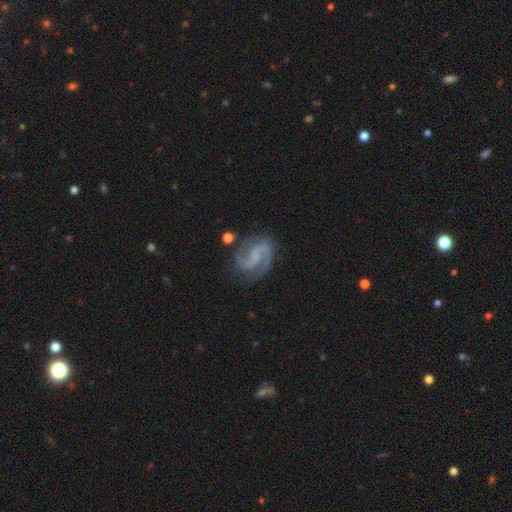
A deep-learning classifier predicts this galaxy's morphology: Q: Smooth or featured?
A: featured or disk (89%); runner-up: smooth (5%)
Q: Edge-on disk?
A: no (98%); runner-up: yes (2%)
Q: Bar?
A: weak (46%); runner-up: no (31%)
Q: Spiral arms?
A: yes (98%); runner-up: no (2%)
Q: Spiral winding?
A: medium (58%); runner-up: loose (22%)
Q: Spiral arm count?
A: 2 (93%); runner-up: can't tell (2%)
Q: Bulge size?
A: none (50%); runner-up: small (35%)
Q: Merging?
A: none (77%); runner-up: minor disturbance (14%)